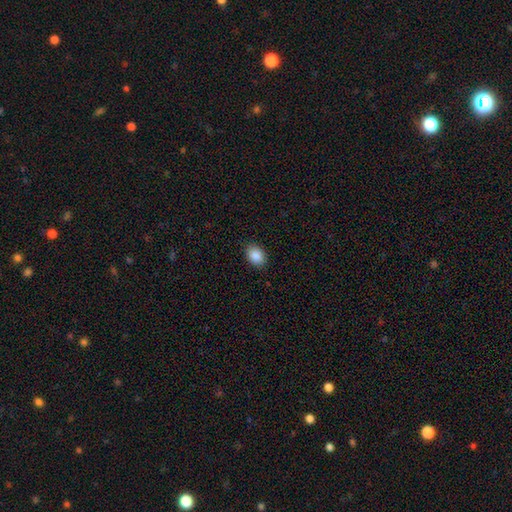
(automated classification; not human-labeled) Morphology: type=smooth (89%); roundness=in between (75%); merging=none (89%).